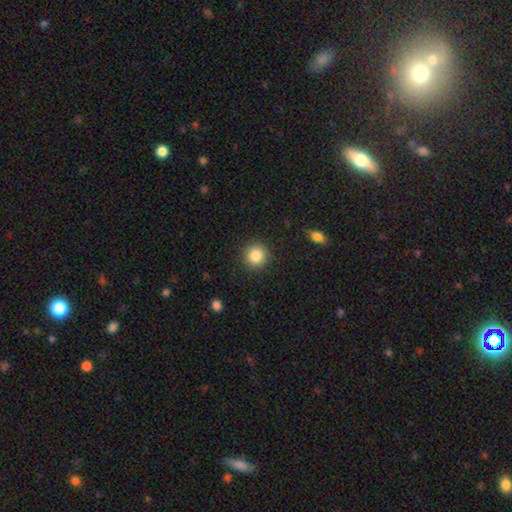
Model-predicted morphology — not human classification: Smooth or featured: smooth — 85% (star or artifact — 10%)
How rounded: round — 94% (in between — 5%)
Merging: none — 90% (minor disturbance — 7%)